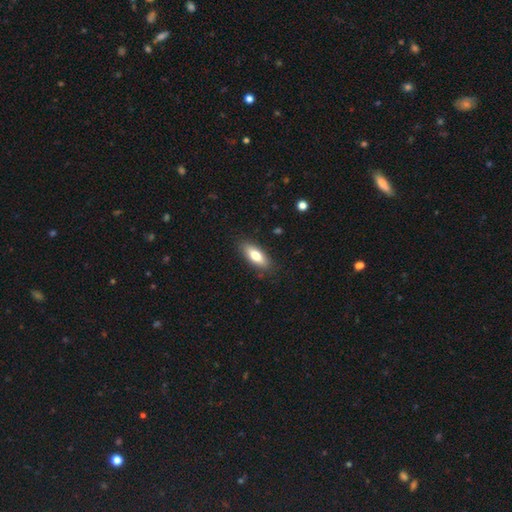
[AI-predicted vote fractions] The model was most divided on "how rounded": in between: 76%, cigar-shaped: 22%, round: 2%. More confident: merging — none (86%); smooth or featured — smooth (74%).